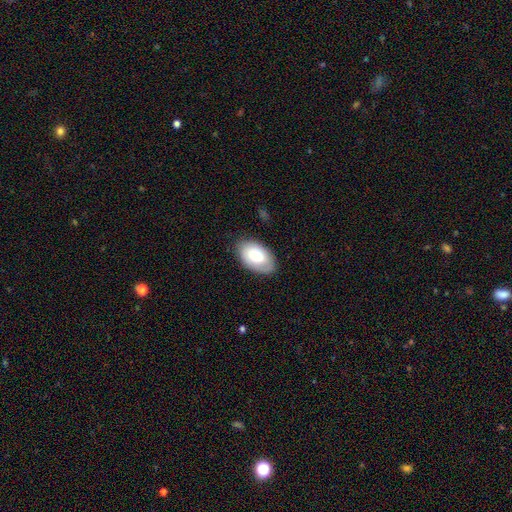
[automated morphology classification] Q: Smooth or featured?
A: smooth (76%); runner-up: featured or disk (18%)
Q: How rounded?
A: in between (94%); runner-up: round (5%)
Q: Merging?
A: none (81%); runner-up: minor disturbance (14%)